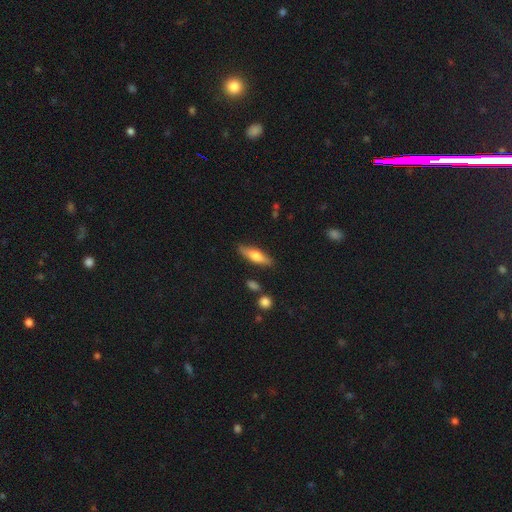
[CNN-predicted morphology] A smooth galaxy with no disk features (55%) that is cigar-shaped (61%). Merging: none (85%).